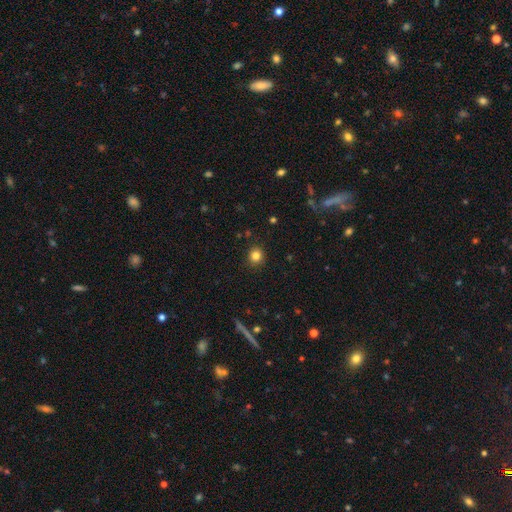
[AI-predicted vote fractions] Smooth or featured? Predicted: smooth (p=0.83). How rounded? Predicted: round (p=0.88). Merging? Predicted: none (p=0.90).